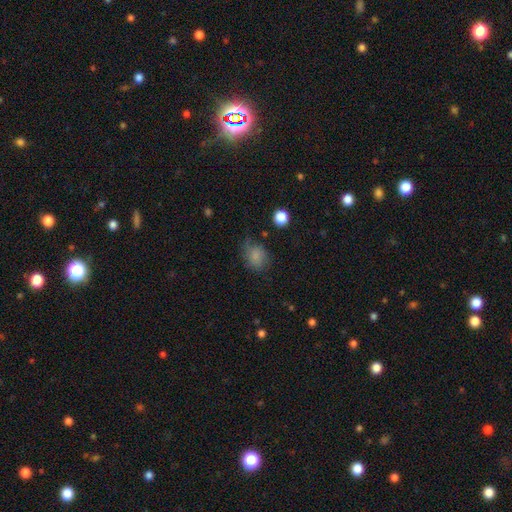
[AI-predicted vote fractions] A smooth galaxy with no disk features (81%) that is round (52%). Merging: none (55%).